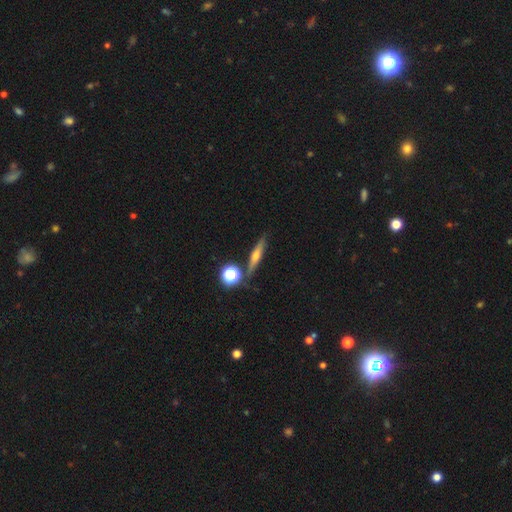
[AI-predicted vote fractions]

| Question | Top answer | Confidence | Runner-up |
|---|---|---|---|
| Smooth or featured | featured or disk | 54% | smooth (35%) |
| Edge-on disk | yes | 94% | no (6%) |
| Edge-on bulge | rounded | 88% | none (8%) |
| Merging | none | 82% | minor disturbance (9%) |